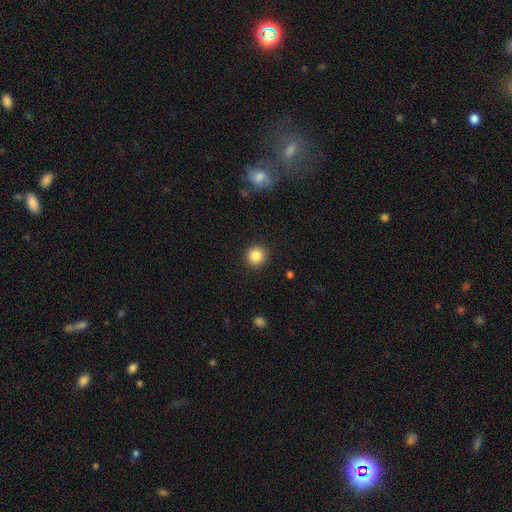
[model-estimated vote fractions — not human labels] Smooth or featured? Predicted: smooth (p=0.86). How rounded? Predicted: round (p=0.93). Merging? Predicted: none (p=0.92).